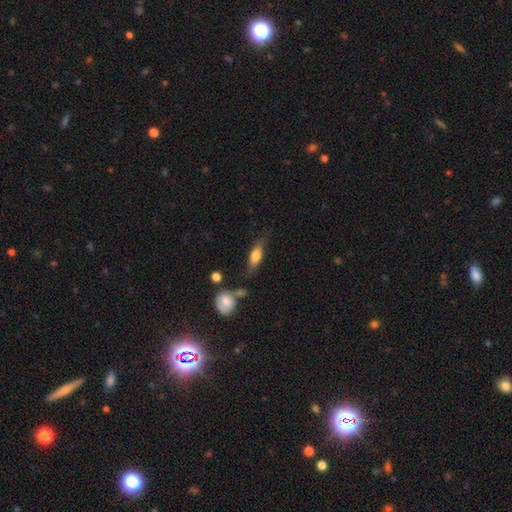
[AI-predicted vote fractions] smooth_or_featured: smooth (p=0.59) [alt: featured or disk p=0.34]
how_rounded: in between (p=0.57) [alt: cigar-shaped p=0.38]
merging: none (p=0.67) [alt: minor disturbance p=0.21]